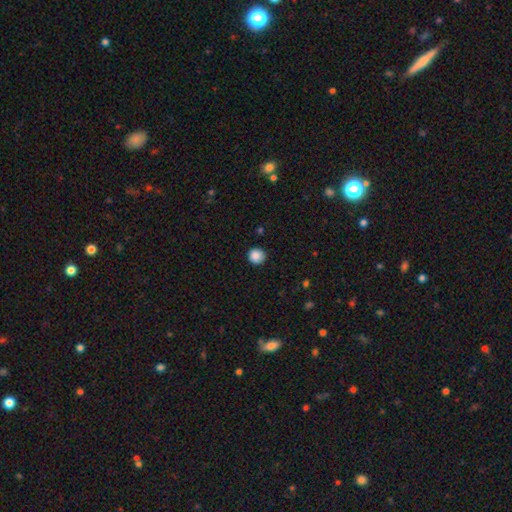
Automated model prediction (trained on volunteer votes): A smooth galaxy with no disk features (88%) that is round (94%). Merging: none (90%).